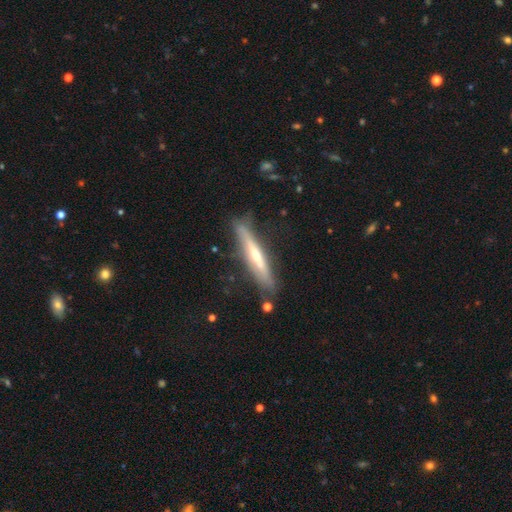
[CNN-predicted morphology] The model was most divided on "smooth or featured": featured or disk: 62%, smooth: 32%, star or artifact: 6%. More confident: edge-on disk — yes (91%); merging — none (77%); edge-on bulge — rounded (62%).